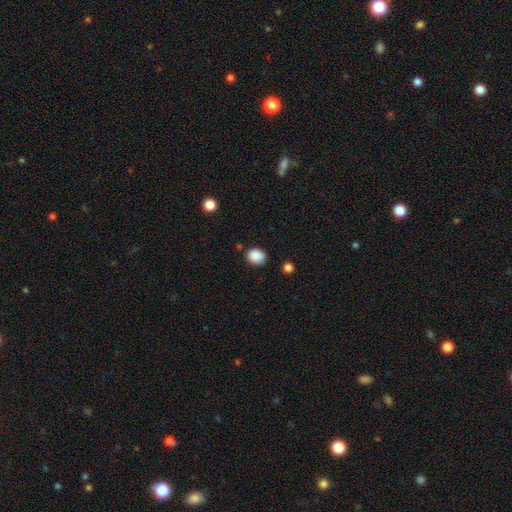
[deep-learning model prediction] The model was most divided on "how rounded": round: 62%, in between: 37%, cigar-shaped: 1%. More confident: smooth or featured — smooth (88%); merging — none (82%).